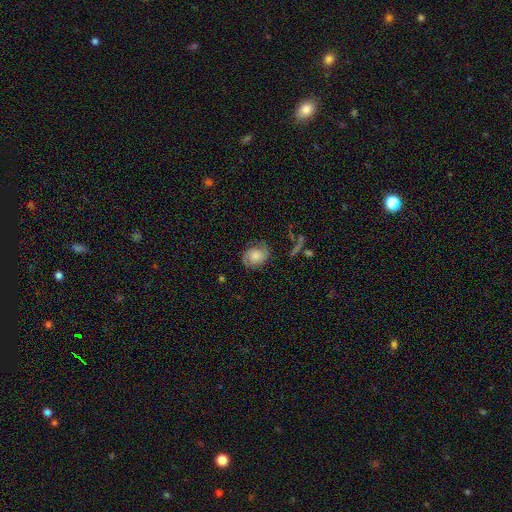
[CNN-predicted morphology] Smooth or featured: featured or disk — 59% (smooth — 32%)
Edge-on disk: no — 97% (yes — 3%)
Bar: no — 73% (weak — 23%)
Spiral arms: yes — 91% (no — 9%)
Spiral winding: medium — 43% (tight — 38%)
Spiral arm count: 2 — 82% (can't tell — 9%)
Bulge size: moderate — 36% (small — 26%)
Merging: none — 73% (minor disturbance — 18%)